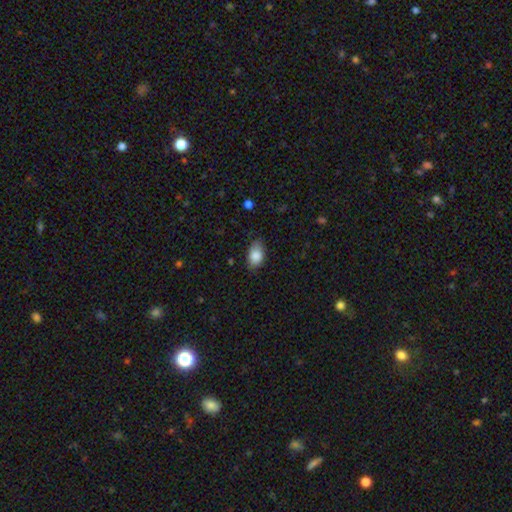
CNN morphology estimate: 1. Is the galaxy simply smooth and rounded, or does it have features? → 86% smooth, 7% star or artifact, 7% featured or disk.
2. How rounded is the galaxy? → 90% in between, 8% round, 2% cigar-shaped.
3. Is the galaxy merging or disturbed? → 73% none, 22% minor disturbance, 4% major disturbance, 1% merger.